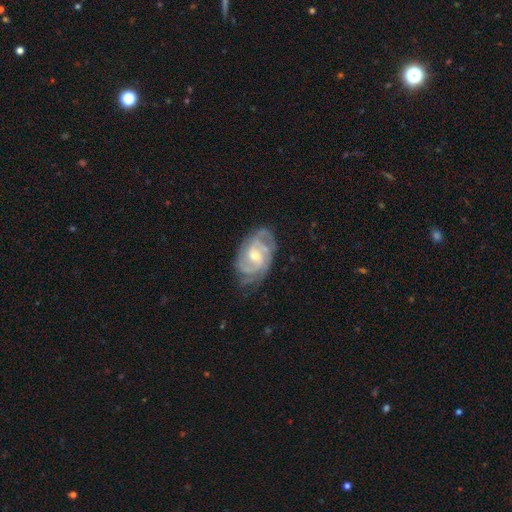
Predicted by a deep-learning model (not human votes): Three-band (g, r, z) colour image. It shows a featured or disk galaxy (87%) with no bar (46%), 3 (31%) tight (58%) spiral arms (97%) and a moderate central bulge (51%). Merging: none (74%).